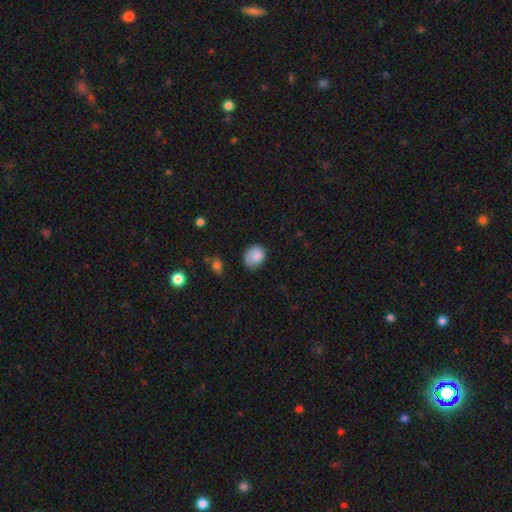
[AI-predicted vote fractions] smooth 85%, star or artifact 8%, featured or disk 7%. Down the decision tree: how rounded — in between (51%); merging — none (61%).